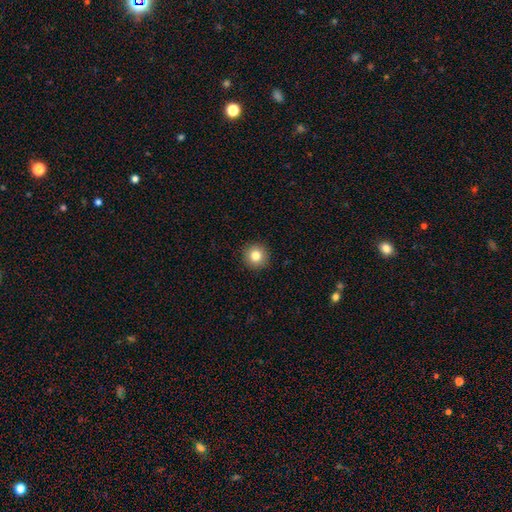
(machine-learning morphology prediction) smooth 82%, star or artifact 10%, featured or disk 8%. Down the decision tree: how rounded — round (95%); merging — none (93%).